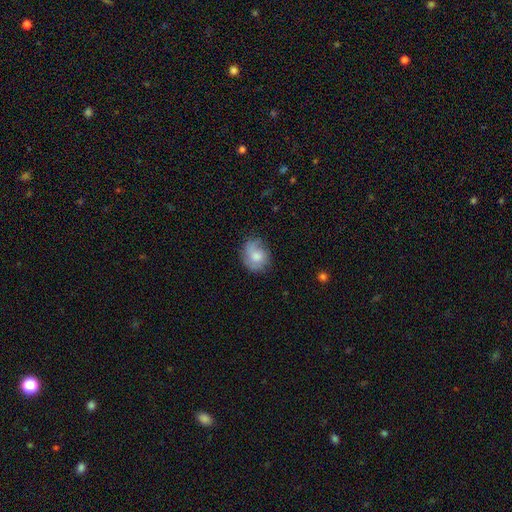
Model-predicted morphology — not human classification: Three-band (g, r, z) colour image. It shows a smooth galaxy with no disk features (62%) that is round (64%). Merging: none (62%).